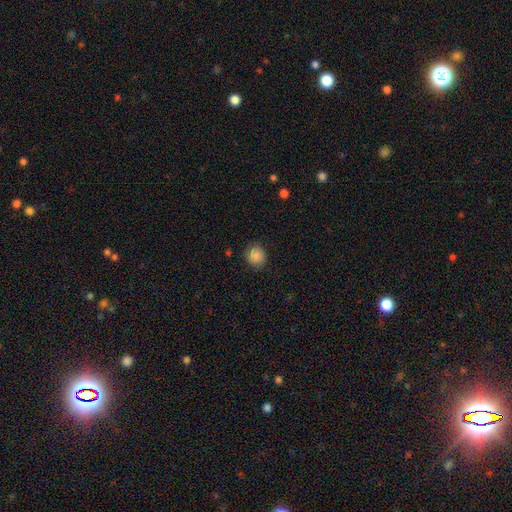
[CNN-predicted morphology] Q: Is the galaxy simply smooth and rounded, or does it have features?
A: smooth — 86%.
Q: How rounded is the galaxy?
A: round — 80%.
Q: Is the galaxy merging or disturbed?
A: none — 83%.